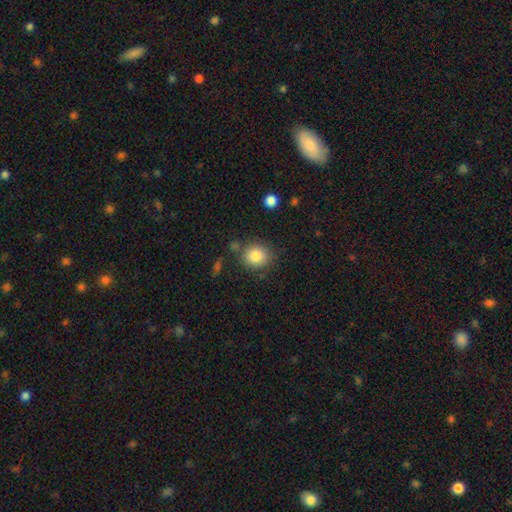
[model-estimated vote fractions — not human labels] Smooth or featured?
  - smooth: 84% *
  - star or artifact: 9%
  - featured or disk: 7%
How rounded?
  - round: 78% *
  - in between: 21%
  - cigar-shaped: 1%
Merging?
  - none: 79% *
  - minor disturbance: 12%
  - merger: 6%
  - major disturbance: 4%